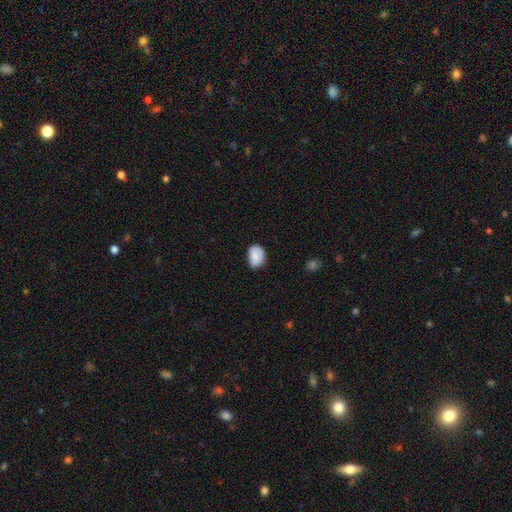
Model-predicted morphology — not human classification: This appears to be a smooth galaxy with no disk features (81%) that is in between round and cigar-shaped (75%). Merging: none (62%).